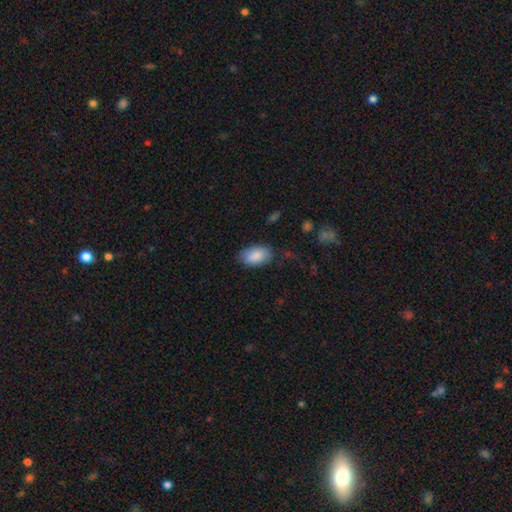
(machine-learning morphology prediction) Smooth or featured?
  - smooth: 88% *
  - star or artifact: 6%
  - featured or disk: 6%
How rounded?
  - in between: 94% *
  - round: 5%
  - cigar-shaped: 2%
Merging?
  - none: 79% *
  - minor disturbance: 16%
  - major disturbance: 4%
  - merger: 1%